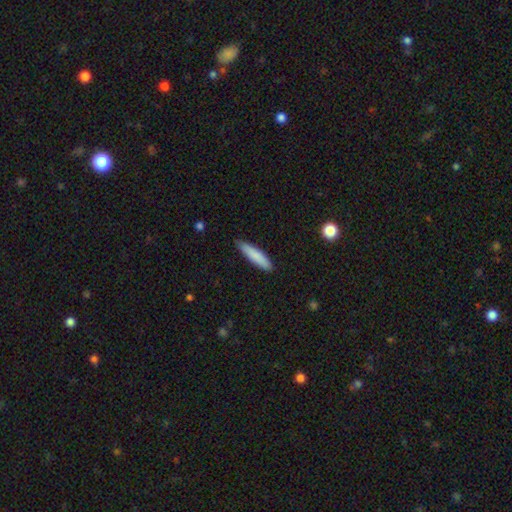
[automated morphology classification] Smooth or featured: smooth — 84% (featured or disk — 11%)
How rounded: cigar-shaped — 79% (in between — 19%)
Merging: none — 83% (minor disturbance — 14%)